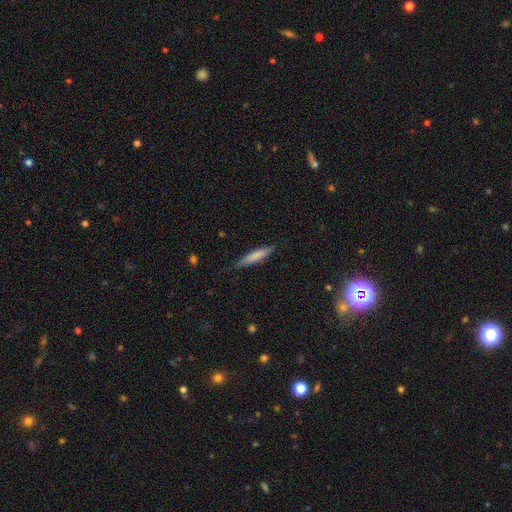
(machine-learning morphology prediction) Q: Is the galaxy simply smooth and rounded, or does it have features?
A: smooth — 74%.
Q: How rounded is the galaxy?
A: cigar-shaped — 90%.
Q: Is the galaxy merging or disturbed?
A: none — 82%.